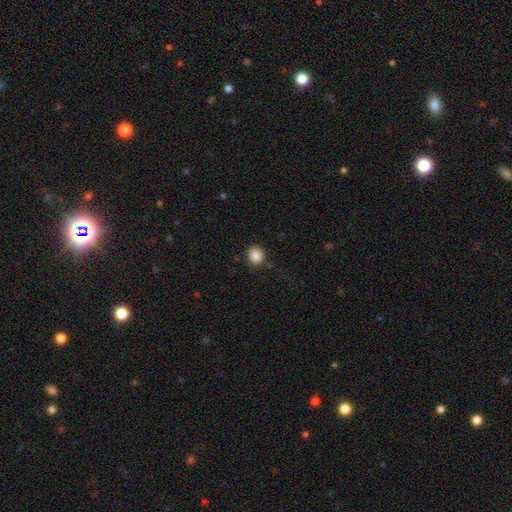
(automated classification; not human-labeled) A smooth galaxy with no disk features (86%) that is round (68%).

Vote fractions:
- Smooth or featured? smooth: 86% / star or artifact: 9% / featured or disk: 5%
- How rounded? round: 68% / in between: 31% / cigar-shaped: 1%
- Merging? none: 83% / minor disturbance: 12% / major disturbance: 3% / merger: 2%